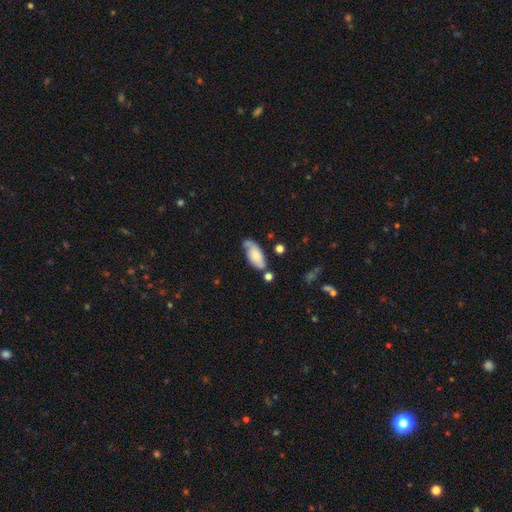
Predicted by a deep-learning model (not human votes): Smooth or featured? Predicted: smooth (p=0.63). How rounded? Predicted: in between (p=0.88). Merging? Predicted: none (p=0.52).